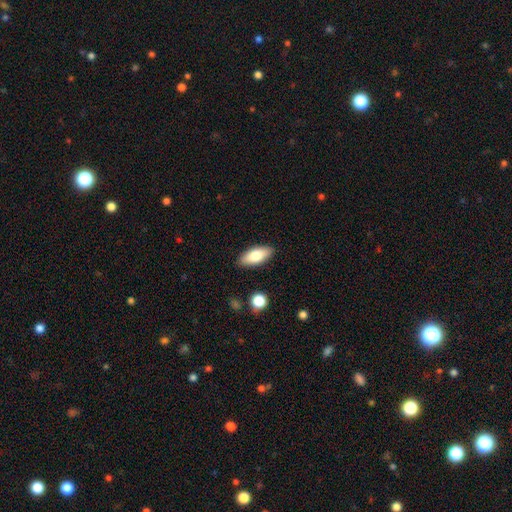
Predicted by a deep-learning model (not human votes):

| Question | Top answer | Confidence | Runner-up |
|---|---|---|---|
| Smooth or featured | smooth | 77% | featured or disk (17%) |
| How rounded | in between | 82% | cigar-shaped (16%) |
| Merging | none | 87% | minor disturbance (9%) |